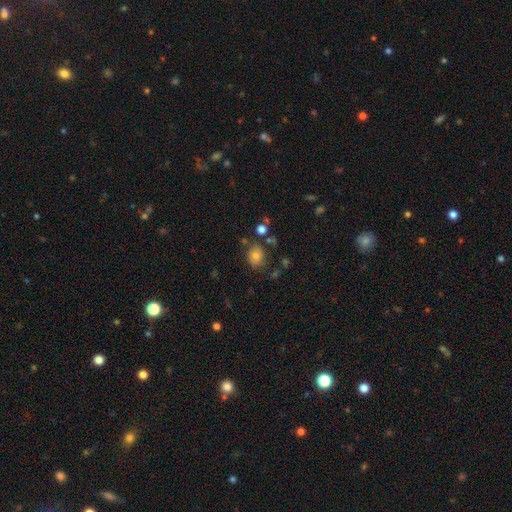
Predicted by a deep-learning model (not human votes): The model was most divided on "how rounded": round: 54%, in between: 45%, cigar-shaped: 1%. More confident: smooth or featured — smooth (73%); merging — none (73%).